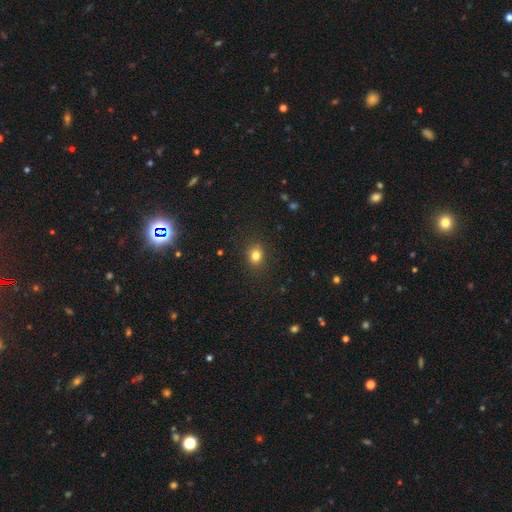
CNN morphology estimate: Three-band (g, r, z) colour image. It shows a smooth galaxy with no disk features (81%) that is round (57%). Merging: none (87%).